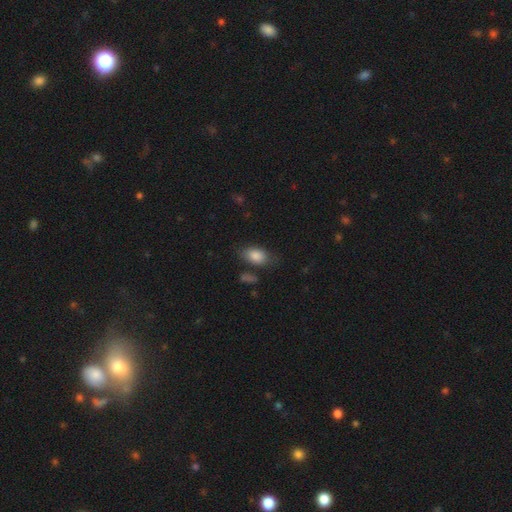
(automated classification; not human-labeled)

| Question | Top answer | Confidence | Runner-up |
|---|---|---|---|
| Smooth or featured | smooth | 85% | featured or disk (8%) |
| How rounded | in between | 88% | round (10%) |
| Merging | none | 68% | minor disturbance (21%) |